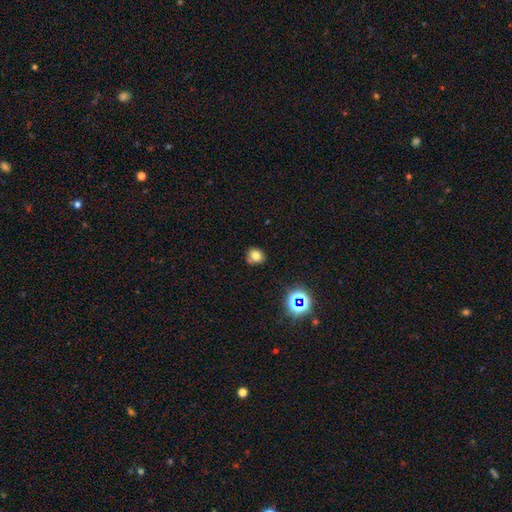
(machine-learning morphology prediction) A smooth galaxy with no disk features (75%) that is round (65%).

Vote fractions:
- Smooth or featured? smooth: 75% / star or artifact: 16% / featured or disk: 8%
- How rounded? round: 65% / in between: 34% / cigar-shaped: 1%
- Merging? none: 68% / minor disturbance: 19% / merger: 10% / major disturbance: 4%